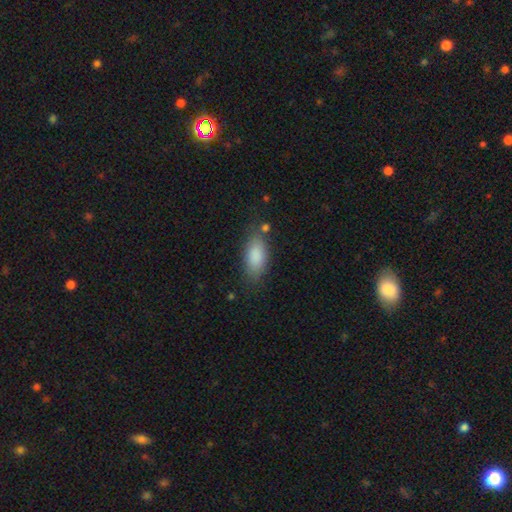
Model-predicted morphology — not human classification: This is clearly a smooth galaxy (87%). How rounded: clearly in between (88%). Merging: likely none (75%).